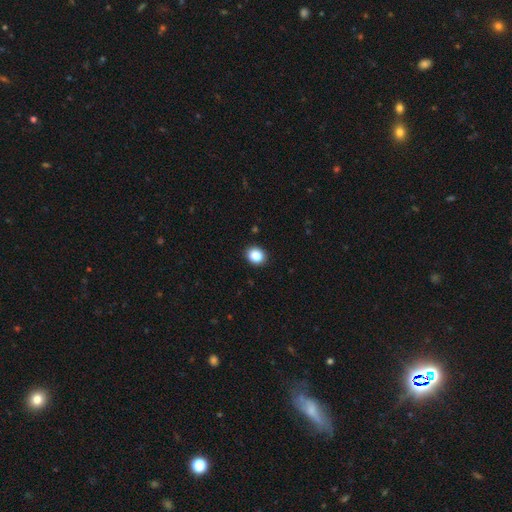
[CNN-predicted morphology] smooth 87%, star or artifact 9%, featured or disk 3%. Down the decision tree: how rounded — round (63%); merging — none (91%).